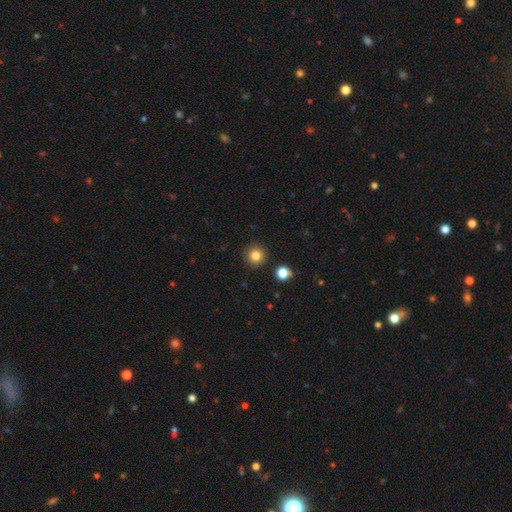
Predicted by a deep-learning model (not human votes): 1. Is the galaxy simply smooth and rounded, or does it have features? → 82% smooth, 12% star or artifact, 6% featured or disk.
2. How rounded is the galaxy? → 95% round, 4% in between, 1% cigar-shaped.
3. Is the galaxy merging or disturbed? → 91% none, 5% minor disturbance, 2% merger, 2% major disturbance.